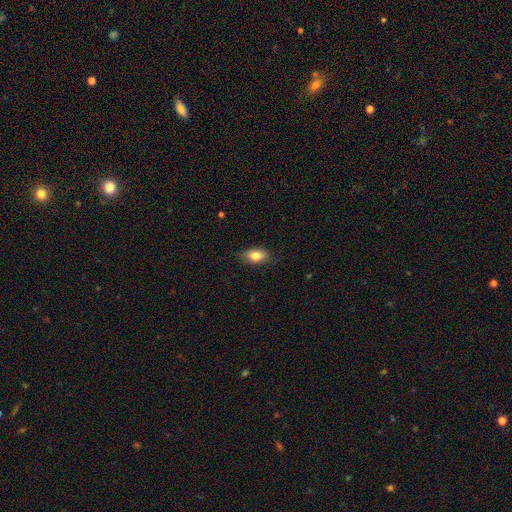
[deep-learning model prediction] This appears to be a smooth galaxy with no disk features (81%) that is in between round and cigar-shaped (85%). Merging: none (81%).